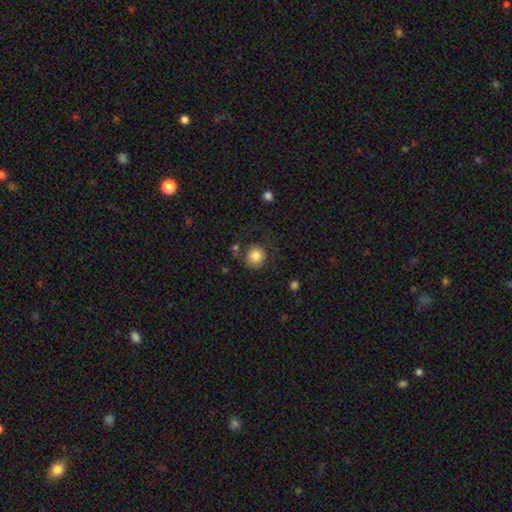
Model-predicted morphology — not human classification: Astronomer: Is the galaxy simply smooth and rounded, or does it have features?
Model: smooth — 84%.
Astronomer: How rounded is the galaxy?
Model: round — 91%.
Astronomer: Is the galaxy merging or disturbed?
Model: none — 74%.